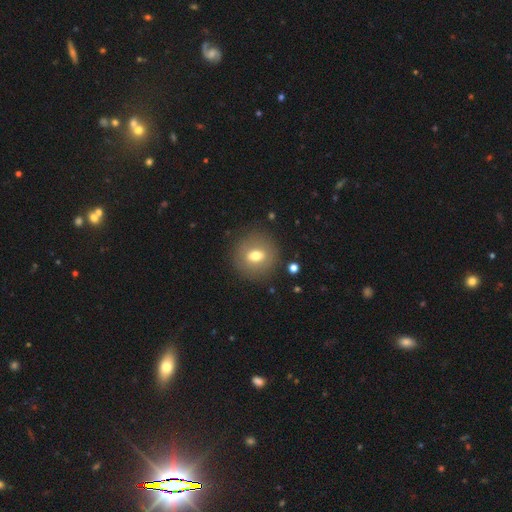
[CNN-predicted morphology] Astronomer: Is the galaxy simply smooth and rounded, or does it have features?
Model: smooth — 64%.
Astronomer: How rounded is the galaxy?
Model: round — 80%.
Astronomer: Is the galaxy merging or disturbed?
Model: none — 85%.